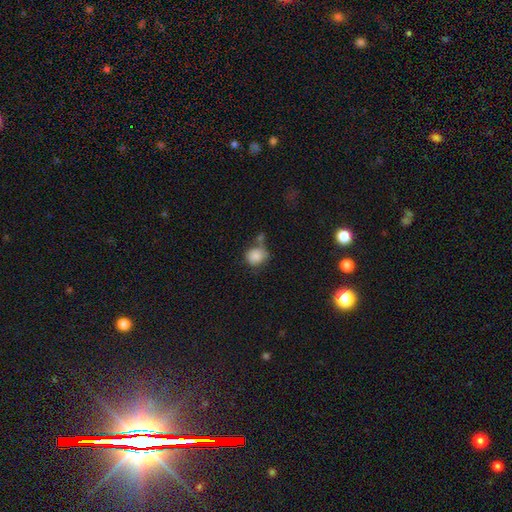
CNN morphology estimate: Smooth or featured?
  - smooth: 84% *
  - star or artifact: 9%
  - featured or disk: 7%
How rounded?
  - round: 75% *
  - in between: 24%
  - cigar-shaped: 1%
Merging?
  - none: 43% *
  - merger: 25%
  - minor disturbance: 22%
  - major disturbance: 10%